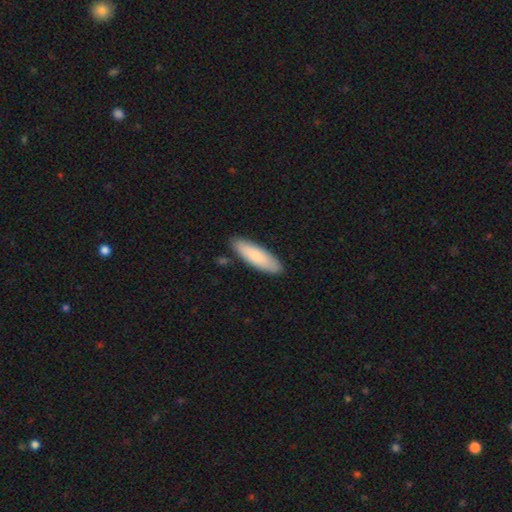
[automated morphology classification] smooth 83%, featured or disk 12%, star or artifact 5%. Down the decision tree: how rounded — cigar-shaped (54%); merging — none (88%).